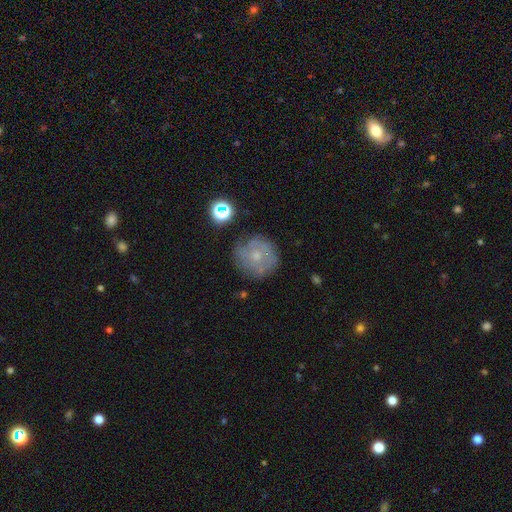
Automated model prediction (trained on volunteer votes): smooth-or-featured: featured or disk: 46% | smooth: 42% | star or artifact: 12%
  merging: none: 71% | minor disturbance: 19% | major disturbance: 7% | merger: 3%